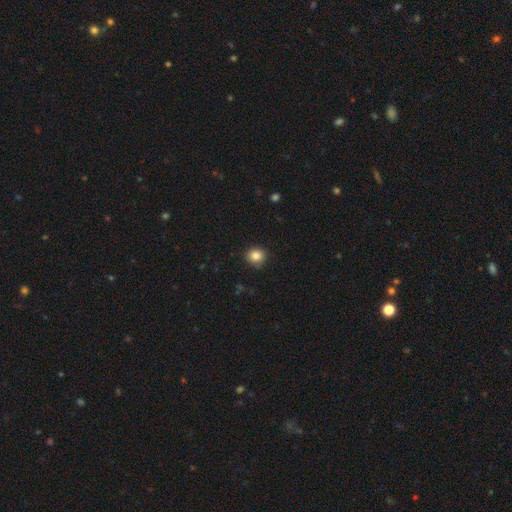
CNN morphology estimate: The model was most divided on "how rounded": round: 87%, in between: 12%, cigar-shaped: 1%. More confident: merging — none (89%); smooth or featured — smooth (86%).